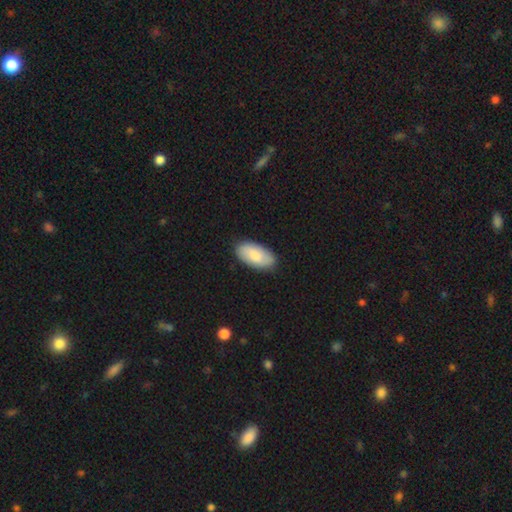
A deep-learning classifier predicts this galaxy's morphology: Smooth or featured: smooth — 80% (featured or disk — 15%)
How rounded: in between — 95% (cigar-shaped — 3%)
Merging: none — 87% (minor disturbance — 10%)